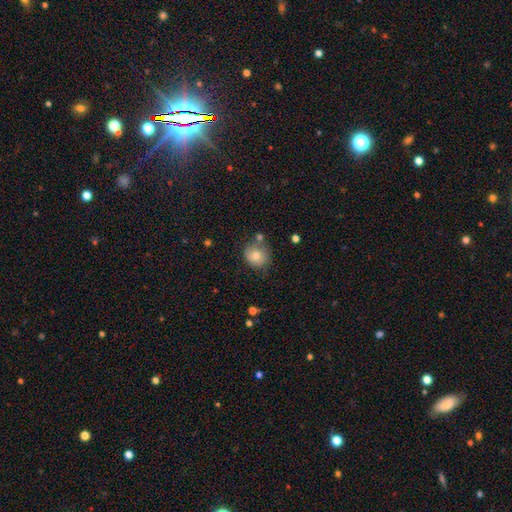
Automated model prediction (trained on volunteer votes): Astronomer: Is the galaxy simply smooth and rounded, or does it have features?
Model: smooth — 75%.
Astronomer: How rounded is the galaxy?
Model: round — 82%.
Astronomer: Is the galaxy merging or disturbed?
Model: none — 64%.